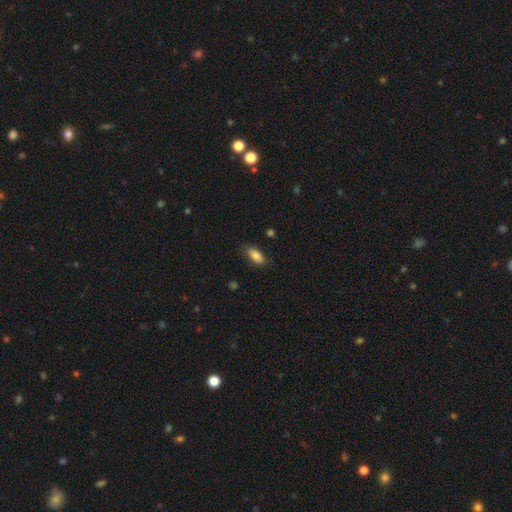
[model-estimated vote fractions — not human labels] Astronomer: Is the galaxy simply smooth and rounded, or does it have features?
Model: smooth — 83%.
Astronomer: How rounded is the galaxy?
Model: in between — 87%.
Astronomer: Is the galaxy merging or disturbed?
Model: none — 79%.